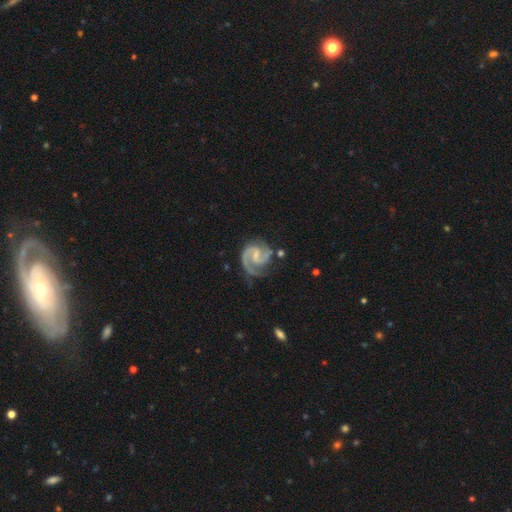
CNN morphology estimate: A featured or disk galaxy (93%) with a weak bar (52%), 2 (91%) medium (55%) spiral arms (99%) and a small central bulge (57%). Merging: none (69%).